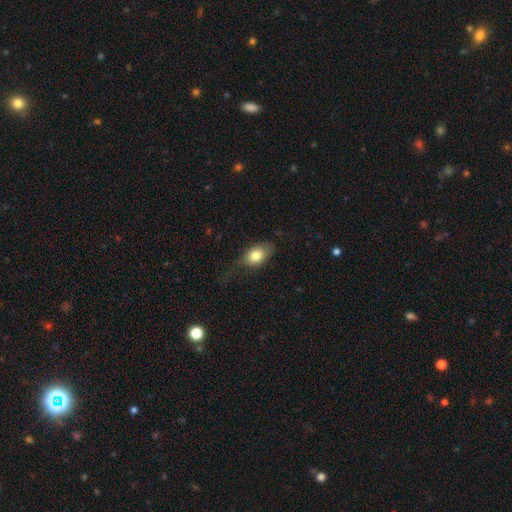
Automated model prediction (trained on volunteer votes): The model was most divided on "merging": none: 46%, minor disturbance: 29%, major disturbance: 22%, merger: 2%. More confident: how rounded — in between (85%); smooth or featured — smooth (77%).